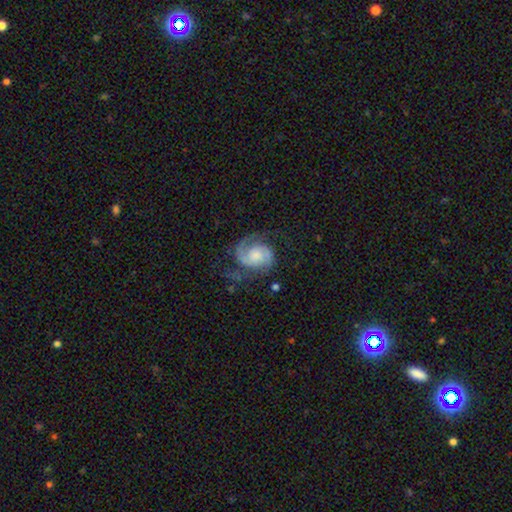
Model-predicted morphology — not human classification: featured or disk 84%, smooth 11%, star or artifact 6%. Down the decision tree: edge-on disk — no (98%); bar — no (66%); spiral arms — yes (97%); spiral arm count — 2 (82%); spiral winding — medium (49%); bulge size — moderate (36%, tied with small); merging — none (64%).